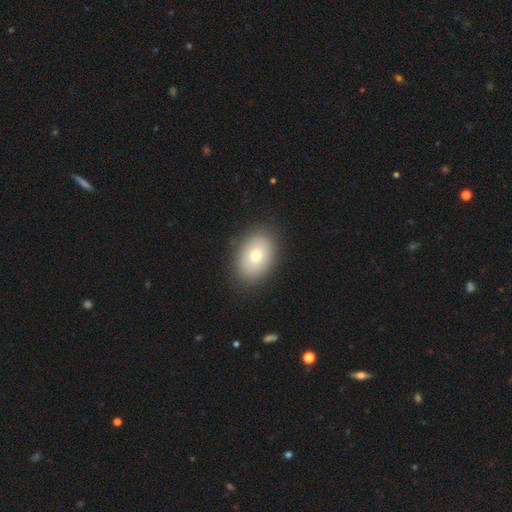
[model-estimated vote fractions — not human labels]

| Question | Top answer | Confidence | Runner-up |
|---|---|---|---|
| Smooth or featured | smooth | 75% | featured or disk (16%) |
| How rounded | in between | 78% | round (21%) |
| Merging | none | 88% | minor disturbance (8%) |